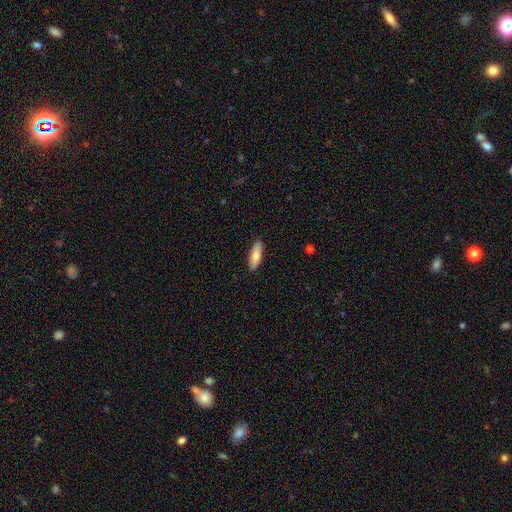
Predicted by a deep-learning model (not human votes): Smooth or featured?
  - smooth: 77% *
  - featured or disk: 18%
  - star or artifact: 6%
How rounded?
  - in between: 59% *
  - cigar-shaped: 39%
  - round: 2%
Merging?
  - none: 89% *
  - minor disturbance: 8%
  - major disturbance: 2%
  - merger: 1%